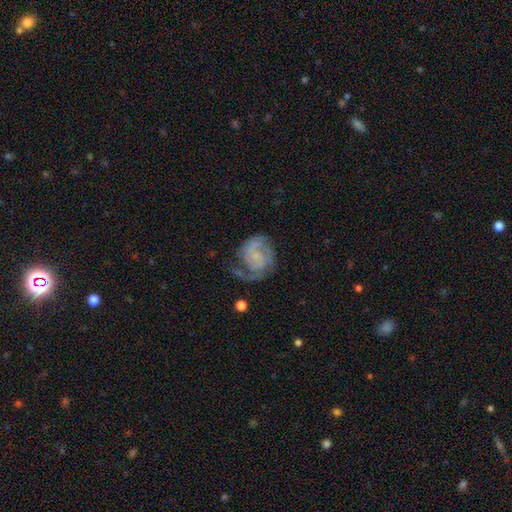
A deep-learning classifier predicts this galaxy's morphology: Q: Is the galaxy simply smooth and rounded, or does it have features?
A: featured or disk — 83%.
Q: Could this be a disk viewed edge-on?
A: no — 98%.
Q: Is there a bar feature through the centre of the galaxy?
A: no — 65%.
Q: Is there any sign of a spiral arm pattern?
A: yes — 95%.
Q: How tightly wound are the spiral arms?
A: medium — 43%.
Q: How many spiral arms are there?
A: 2 — 65%.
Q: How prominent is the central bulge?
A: small — 66%.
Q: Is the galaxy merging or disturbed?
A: none — 57%.